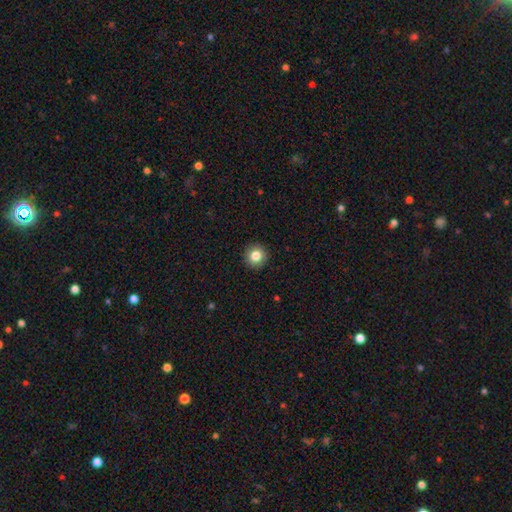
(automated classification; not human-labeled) Smooth or featured? smooth (83%)
How rounded? round (94%)
Merging? none (93%)